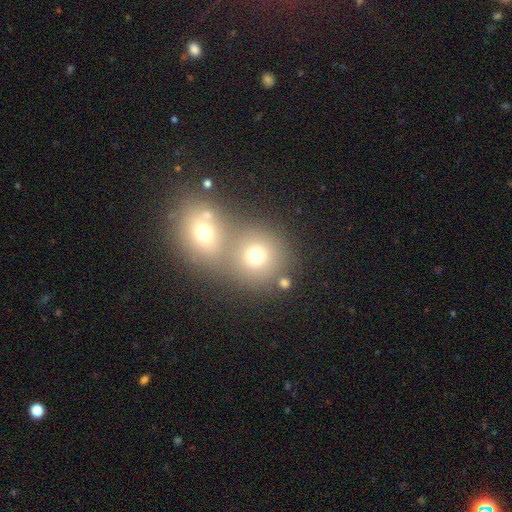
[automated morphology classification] Smooth or featured?
  - smooth: 73% *
  - star or artifact: 15%
  - featured or disk: 12%
How rounded?
  - round: 84% *
  - in between: 15%
  - cigar-shaped: 1%
Merging?
  - merger: 48% *
  - none: 42%
  - minor disturbance: 6%
  - major disturbance: 3%